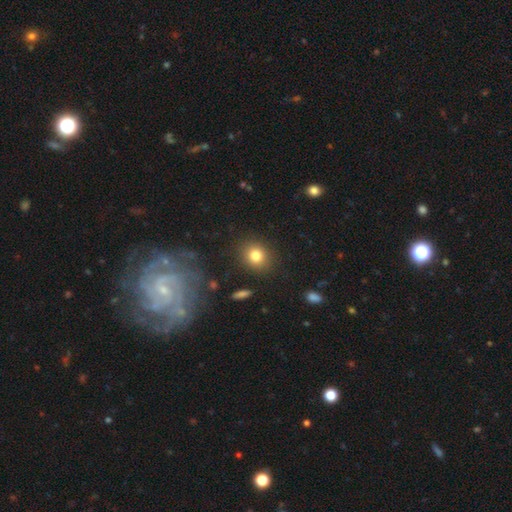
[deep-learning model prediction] Smooth or featured?
  - smooth: 82% *
  - star or artifact: 11%
  - featured or disk: 7%
How rounded?
  - round: 76% *
  - in between: 23%
  - cigar-shaped: 1%
Merging?
  - none: 88% *
  - minor disturbance: 8%
  - major disturbance: 3%
  - merger: 2%